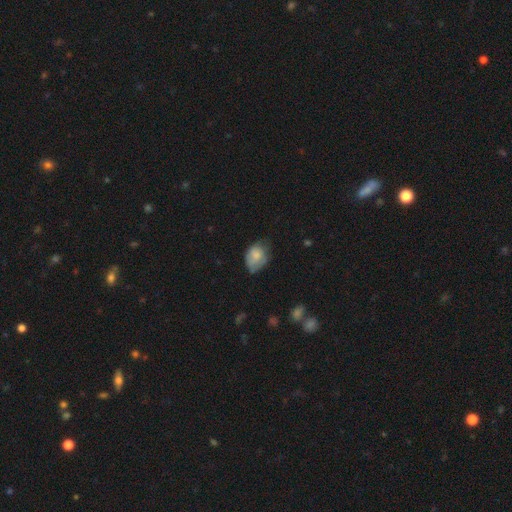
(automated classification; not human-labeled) This is likely a smooth galaxy (76%). How rounded: likely in between (69%). Merging: marginally none (44%).